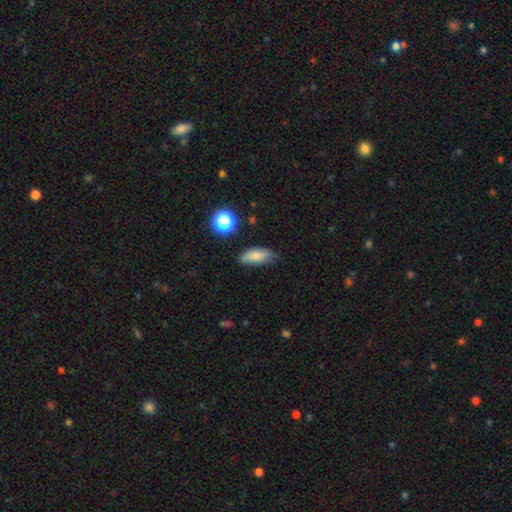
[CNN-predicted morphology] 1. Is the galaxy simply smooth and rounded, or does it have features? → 80% smooth, 11% featured or disk, 9% star or artifact.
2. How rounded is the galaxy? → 81% in between, 15% cigar-shaped, 5% round.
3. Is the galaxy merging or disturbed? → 70% none, 23% minor disturbance, 4% major disturbance, 2% merger.